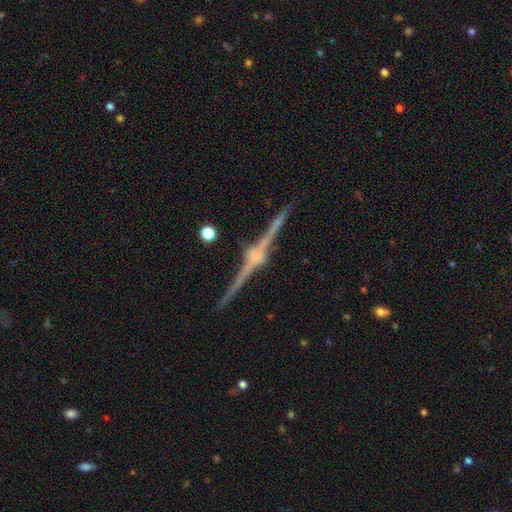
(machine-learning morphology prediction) featured or disk 90%, star or artifact 6%, smooth 4%. Down the decision tree: edge-on disk — yes (99%); edge-on bulge — rounded (83%); merging — none (89%).